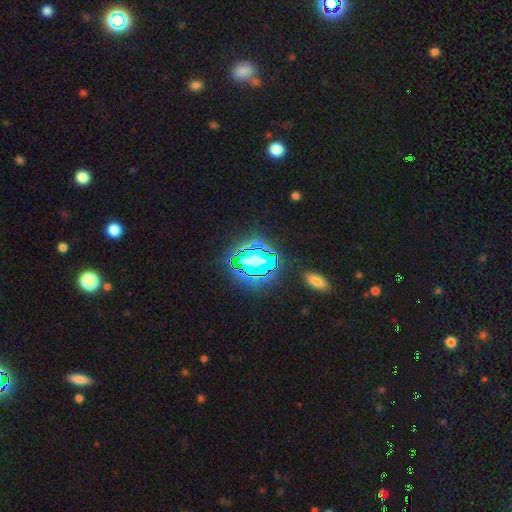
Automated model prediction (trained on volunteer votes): Smooth or featured? star or artifact (70%)